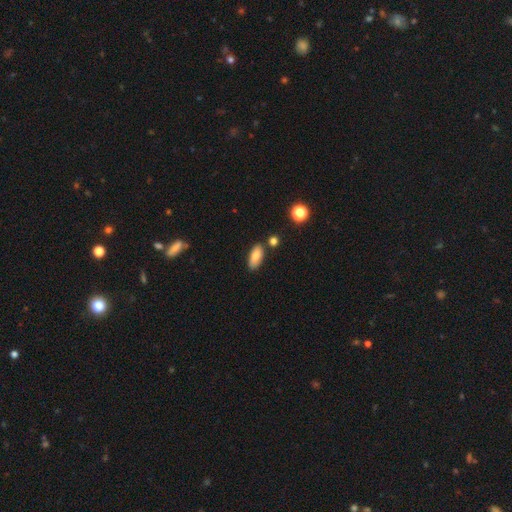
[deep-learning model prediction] Smooth or featured?
  - smooth: 82% *
  - featured or disk: 10%
  - star or artifact: 8%
How rounded?
  - in between: 86% *
  - cigar-shaped: 11%
  - round: 3%
Merging?
  - none: 80% *
  - minor disturbance: 13%
  - merger: 5%
  - major disturbance: 3%